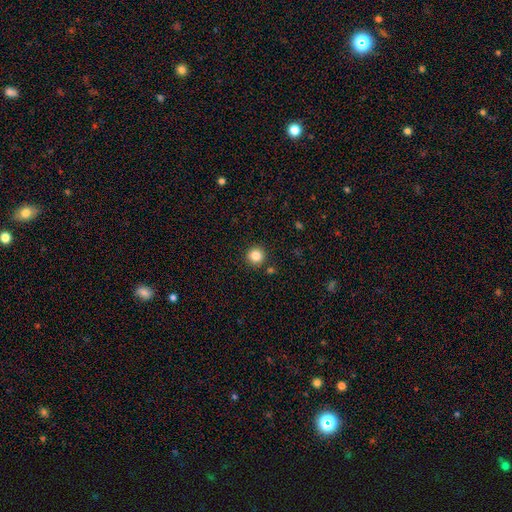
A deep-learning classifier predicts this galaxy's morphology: Smooth or featured? smooth (83%)
How rounded? round (95%)
Merging? none (90%)